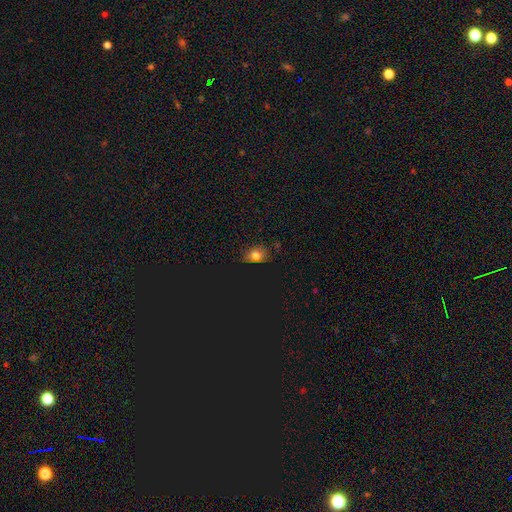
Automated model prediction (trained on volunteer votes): Smooth or featured: smooth — 72% (star or artifact — 20%)
How rounded: in between — 67% (round — 31%)
Merging: none — 73% (minor disturbance — 21%)